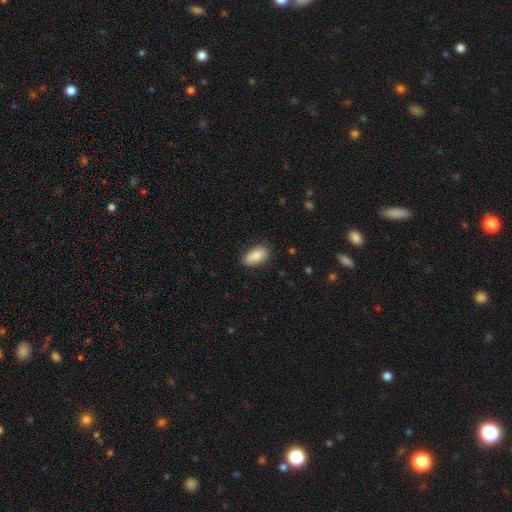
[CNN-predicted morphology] This appears to be a smooth galaxy with no disk features (81%) that is in between round and cigar-shaped (92%). Merging: none (75%).